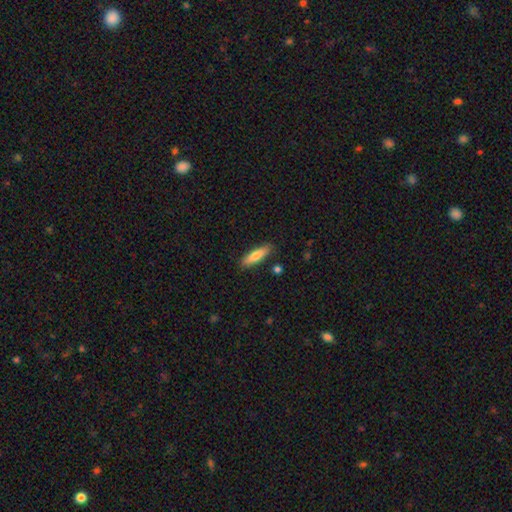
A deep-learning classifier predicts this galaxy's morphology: smooth 76%, featured or disk 18%, star or artifact 6%. Down the decision tree: how rounded — cigar-shaped (66%); merging — none (86%).